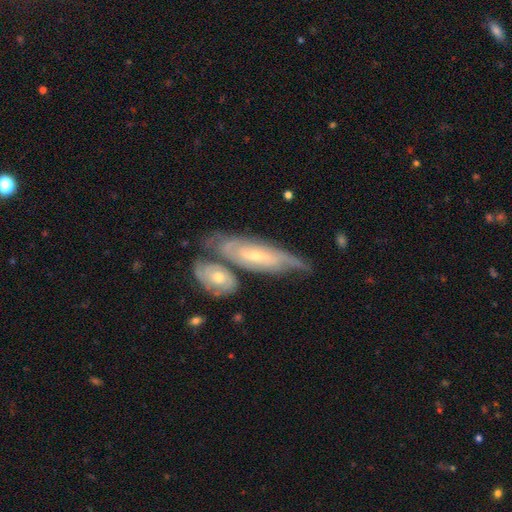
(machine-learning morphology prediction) Q: Smooth or featured?
A: featured or disk (76%); runner-up: smooth (19%)
Q: Edge-on disk?
A: no (74%); runner-up: yes (26%)
Q: Bar?
A: no (50%); runner-up: weak (37%)
Q: Spiral arms?
A: yes (86%); runner-up: no (14%)
Q: Bulge size?
A: small (59%); runner-up: moderate (36%)
Q: Merging?
A: none (42%); runner-up: merger (32%)